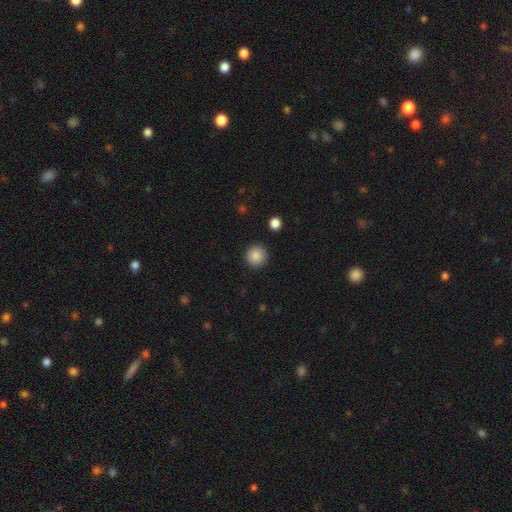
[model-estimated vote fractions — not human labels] Smooth or featured: smooth — 87% (star or artifact — 9%)
How rounded: round — 95% (in between — 4%)
Merging: none — 92% (minor disturbance — 5%)